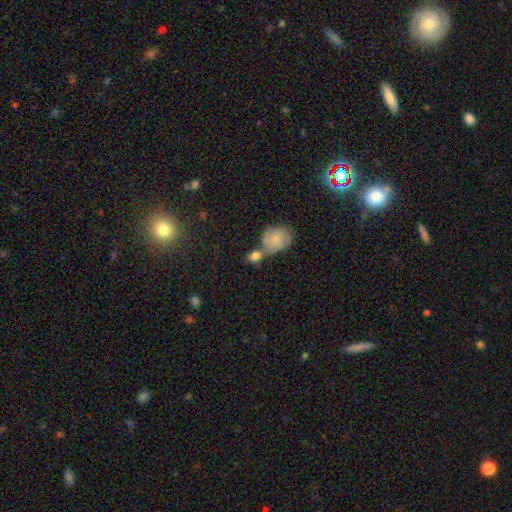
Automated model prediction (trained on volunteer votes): Smooth or featured: smooth — 76% (featured or disk — 15%)
How rounded: round — 52% (in between — 45%)
Merging: none — 42% (merger — 41%)